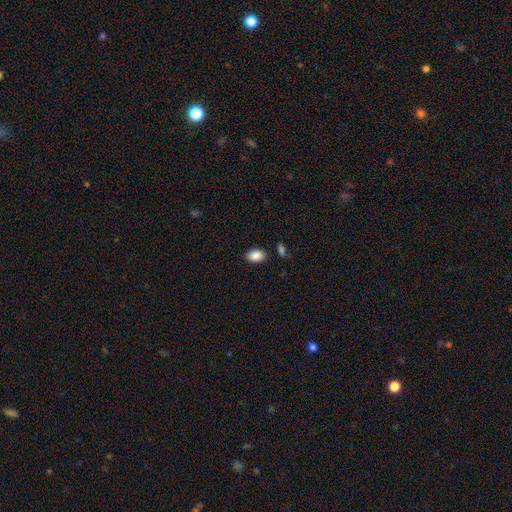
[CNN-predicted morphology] smooth-or-featured: smooth: 88% | star or artifact: 8% | featured or disk: 4%
  how-rounded: in between: 89% | round: 10% | cigar-shaped: 1%
  merging: none: 84% | minor disturbance: 10% | merger: 3% | major disturbance: 3%